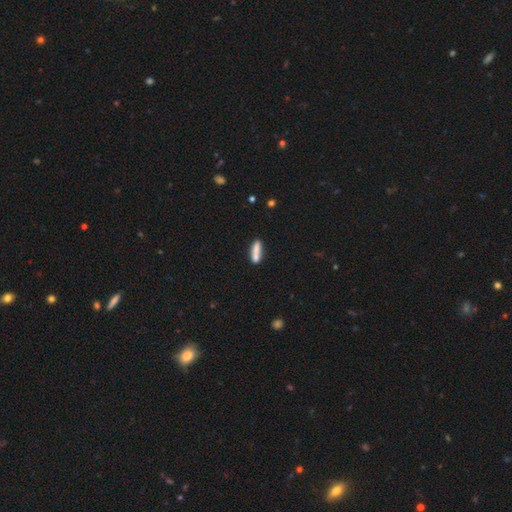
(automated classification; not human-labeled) This is likely a smooth galaxy (75%). How rounded: likely cigar-shaped (70%). Merging: likely none (60%).